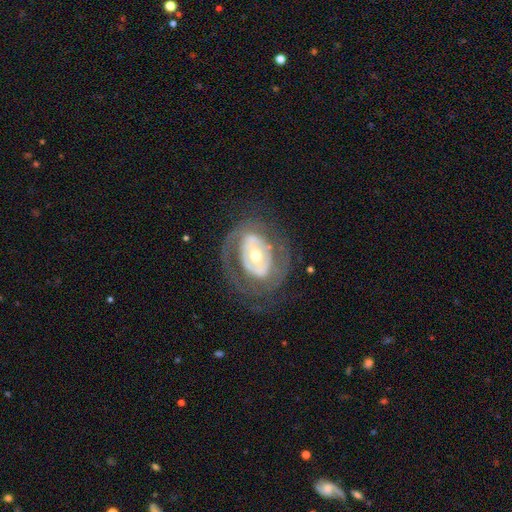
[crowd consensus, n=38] Volunteers were most divided on "bar": no: 61%, weak: 29%, strong: 11%. More confident: edge-on disk — no (97%); bulge size — moderate (86%); smooth or featured — featured or disk (76%); spiral arms — no (71%); merging — none (71%).